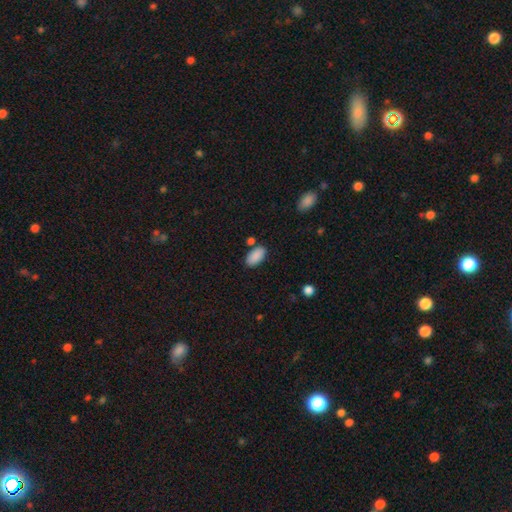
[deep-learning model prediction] smooth 89%, star or artifact 7%, featured or disk 4%. Down the decision tree: how rounded — in between (94%); merging — none (79%).